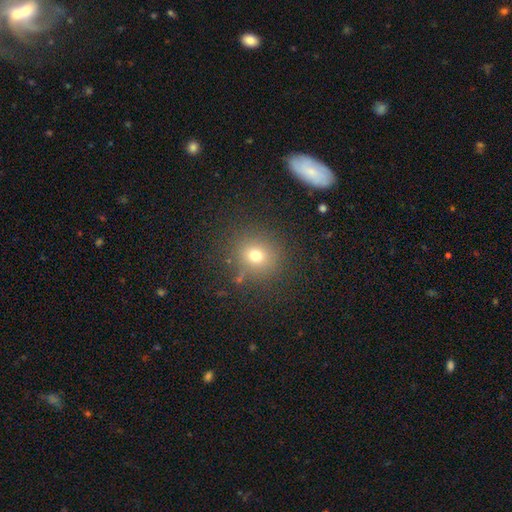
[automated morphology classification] Overall: smooth (71%). How rounded: round (87%). Merging: none (85%).